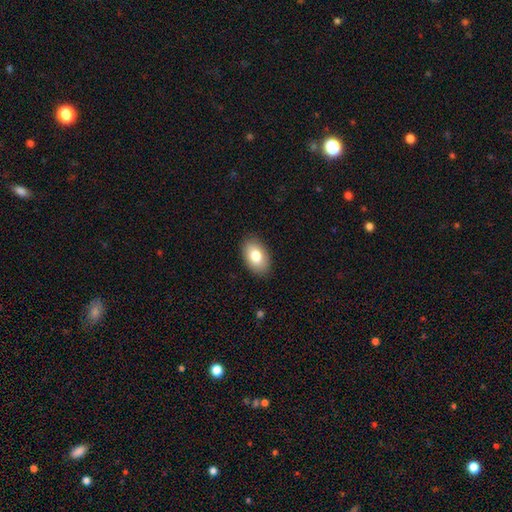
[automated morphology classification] A smooth galaxy with no disk features (81%) that is in between round and cigar-shaped (92%). Merging: none (88%).